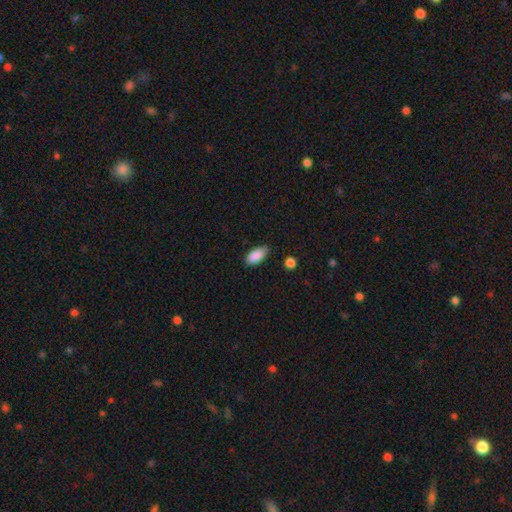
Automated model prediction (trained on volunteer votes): A smooth galaxy with no disk features (89%) that is in between round and cigar-shaped (91%).

Vote fractions:
- Smooth or featured? smooth: 89% / star or artifact: 7% / featured or disk: 4%
- How rounded? in between: 91% / cigar-shaped: 6% / round: 3%
- Merging? none: 74% / minor disturbance: 21% / major disturbance: 3% / merger: 2%